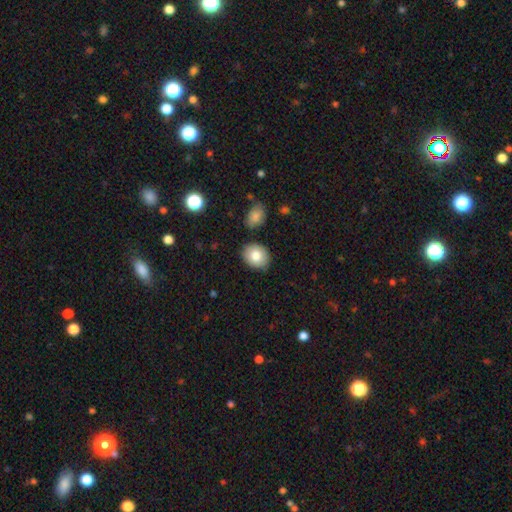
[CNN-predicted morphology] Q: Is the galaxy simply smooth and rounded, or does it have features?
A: smooth — 82%.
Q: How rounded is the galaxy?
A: round — 52%.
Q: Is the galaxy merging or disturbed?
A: none — 84%.